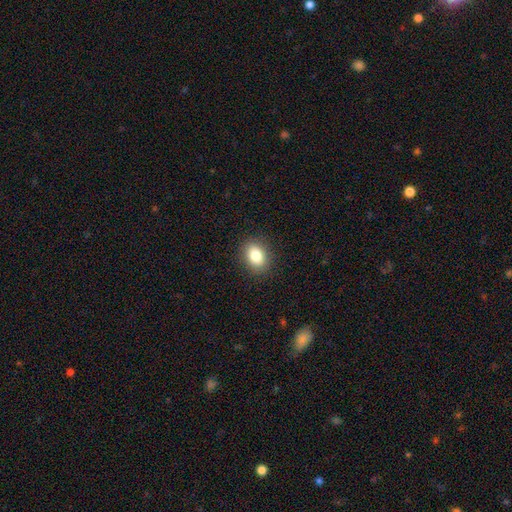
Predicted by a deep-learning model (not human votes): Morphology: type=smooth (83%); roundness=in between (69%); merging=none (89%).